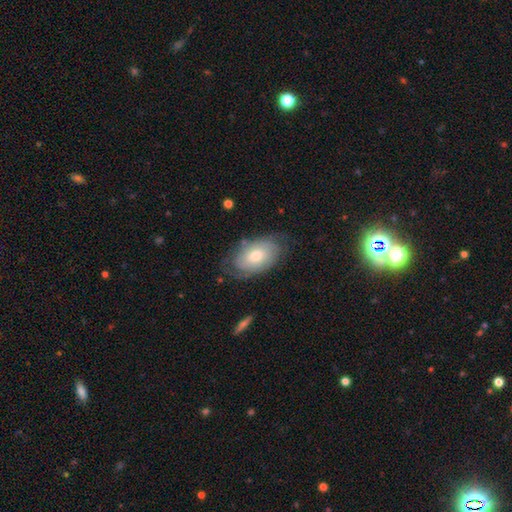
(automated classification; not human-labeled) smooth_or_featured: featured or disk (p=0.53) [alt: smooth p=0.40]
disk_edge_on: no (p=0.93) [alt: yes p=0.07]
merging: none (p=0.70) [alt: minor disturbance p=0.21]